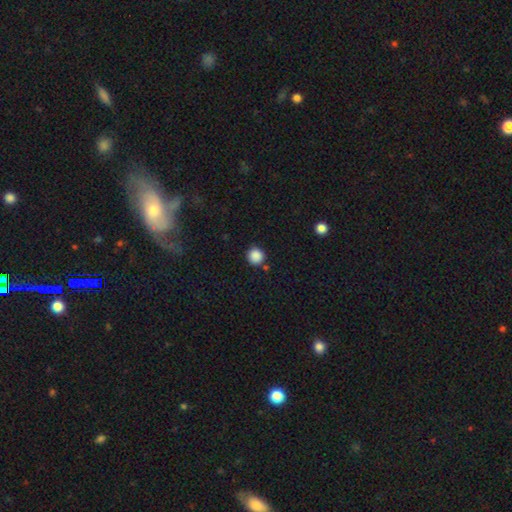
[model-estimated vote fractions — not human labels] A smooth galaxy with no disk features (87%) that is round (93%).

Vote fractions:
- Smooth or featured? smooth: 87% / star or artifact: 10% / featured or disk: 3%
- How rounded? round: 93% / in between: 6% / cigar-shaped: 1%
- Merging? none: 86% / minor disturbance: 8% / merger: 3% / major disturbance: 2%